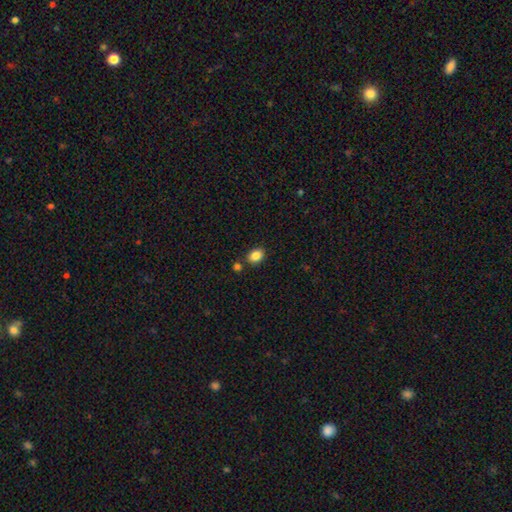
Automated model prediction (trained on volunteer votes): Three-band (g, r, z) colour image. It shows a smooth galaxy with no disk features (86%) that is in between round and cigar-shaped (62%). Merging: none (80%).